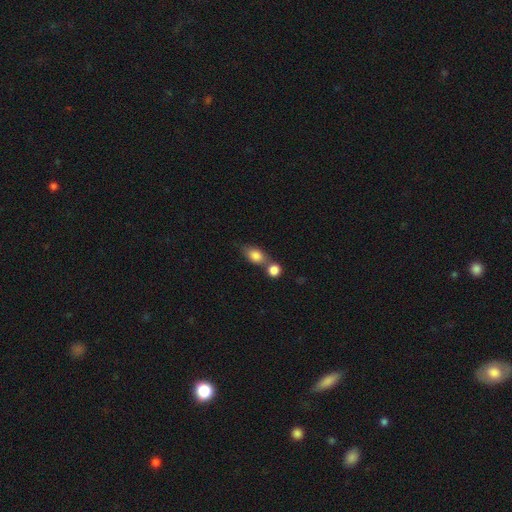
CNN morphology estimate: Smooth or featured: smooth — 82% (featured or disk — 10%)
How rounded: in between — 72% (round — 24%)
Merging: merger — 46% (none — 38%)